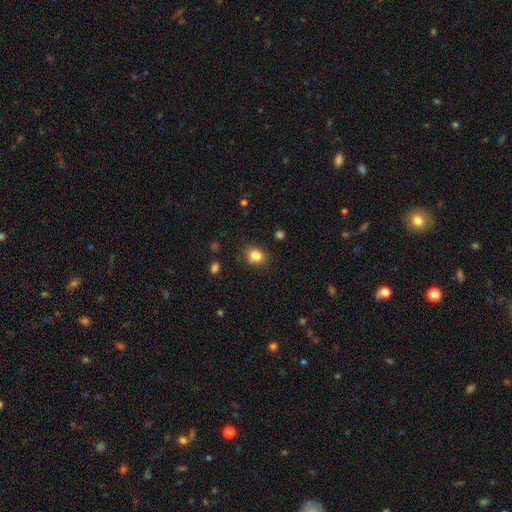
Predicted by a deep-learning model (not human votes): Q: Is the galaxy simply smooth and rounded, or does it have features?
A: smooth — 84%.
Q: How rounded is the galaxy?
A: in between — 50%.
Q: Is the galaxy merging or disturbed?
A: none — 83%.